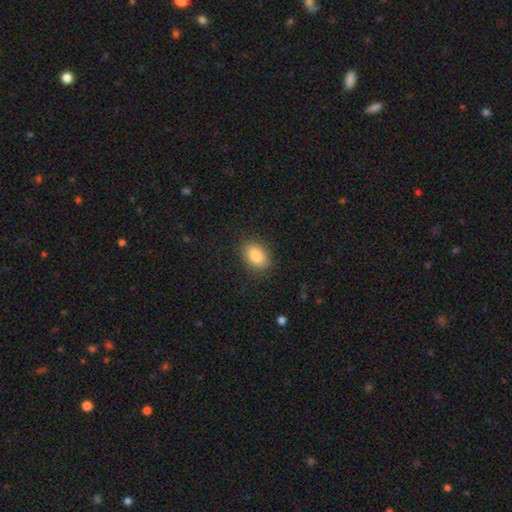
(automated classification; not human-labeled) A smooth galaxy with no disk features (85%) that is in between round and cigar-shaped (79%). Merging: none (86%).